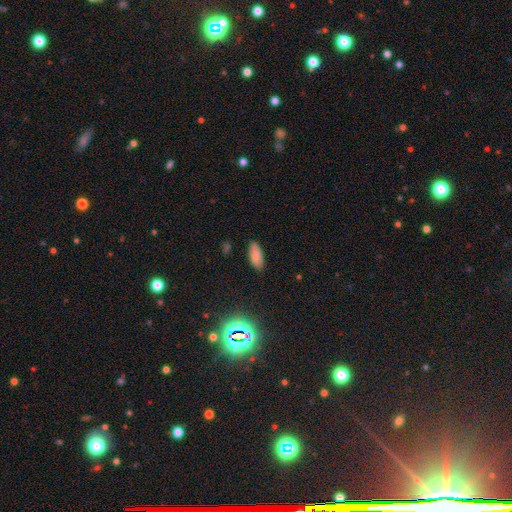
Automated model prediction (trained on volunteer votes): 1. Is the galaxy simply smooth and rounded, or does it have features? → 81% smooth, 12% star or artifact, 8% featured or disk.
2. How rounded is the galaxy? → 83% in between, 15% cigar-shaped, 2% round.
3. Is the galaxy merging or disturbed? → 81% none, 15% minor disturbance, 3% major disturbance, 1% merger.